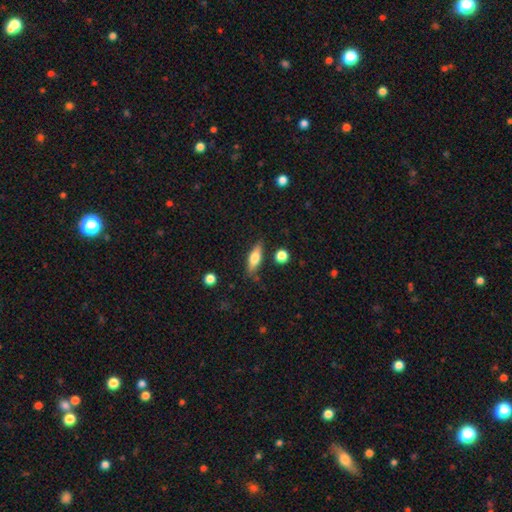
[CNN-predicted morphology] Smooth or featured? Predicted: smooth (p=0.59). How rounded? Predicted: in between (p=0.51). Merging? Predicted: none (p=0.80).